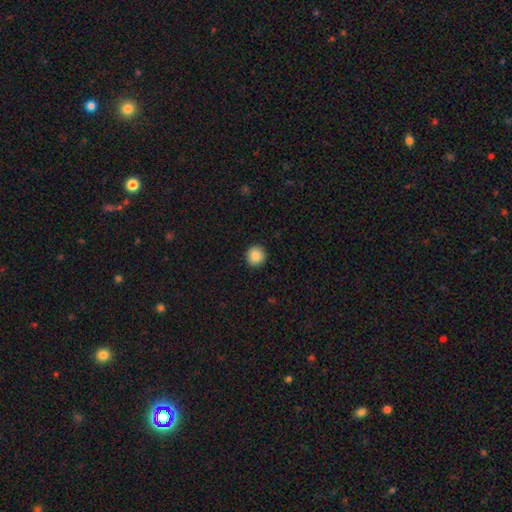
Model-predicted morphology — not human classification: smooth_or_featured: smooth (p=0.88) [alt: star or artifact p=0.09]
how_rounded: round (p=0.94) [alt: in between p=0.05]
merging: none (p=0.92) [alt: minor disturbance p=0.05]